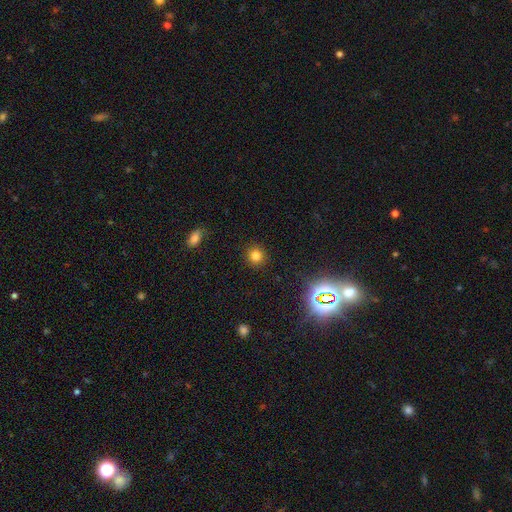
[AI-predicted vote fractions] A smooth galaxy with no disk features (78%) that is round (90%).

Vote fractions:
- Smooth or featured? smooth: 78% / star or artifact: 16% / featured or disk: 6%
- How rounded? round: 90% / in between: 9% / cigar-shaped: 1%
- Merging? none: 90% / minor disturbance: 6% / major disturbance: 2% / merger: 1%